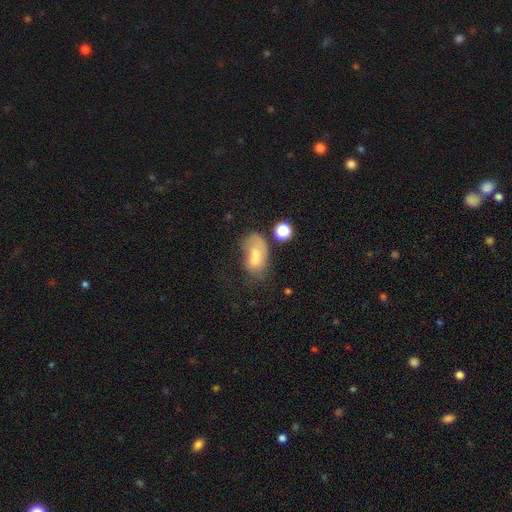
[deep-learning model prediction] smooth-or-featured: smooth: 66% | featured or disk: 24% | star or artifact: 11%
  how-rounded: in between: 89% | round: 7% | cigar-shaped: 4%
  merging: none: 34% | minor disturbance: 28% | major disturbance: 24% | merger: 14%